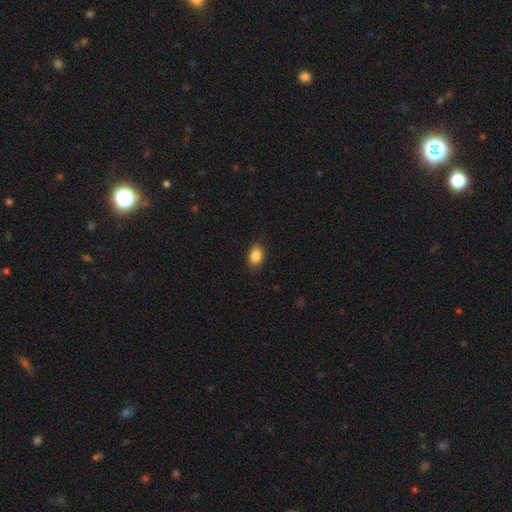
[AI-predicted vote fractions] This appears to be a smooth galaxy with no disk features (86%) that is in between round and cigar-shaped (77%). Merging: none (85%).